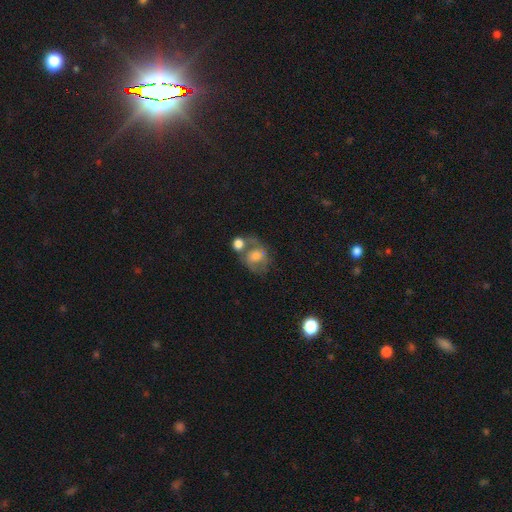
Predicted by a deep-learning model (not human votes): Morphology: type=smooth (47%); merging=merger (37%).